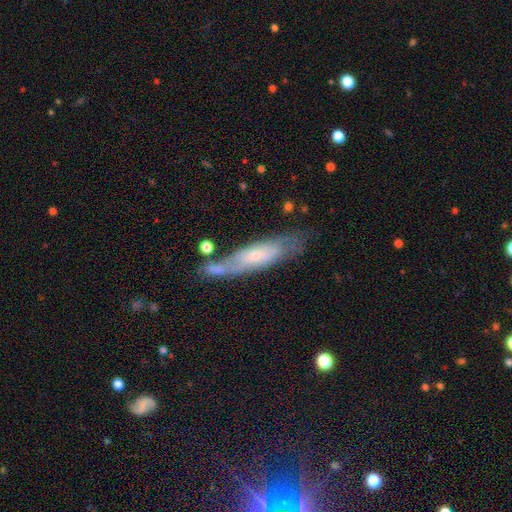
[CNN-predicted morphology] The model was most divided on "smooth or featured": featured or disk: 53%, smooth: 40%, star or artifact: 7%. More confident: edge-on disk — no (62%); merging — none (55%).